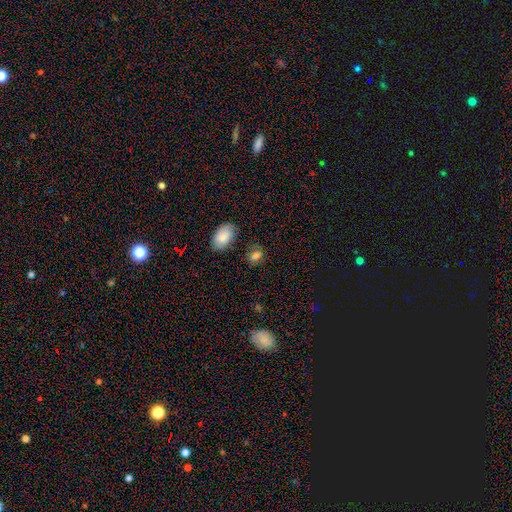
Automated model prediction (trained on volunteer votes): A smooth galaxy with no disk features (80%) that is in between round and cigar-shaped (77%).

Vote fractions:
- Smooth or featured? smooth: 80% / star or artifact: 12% / featured or disk: 8%
- How rounded? in between: 77% / round: 20% / cigar-shaped: 2%
- Merging? none: 69% / minor disturbance: 19% / major disturbance: 6% / merger: 6%